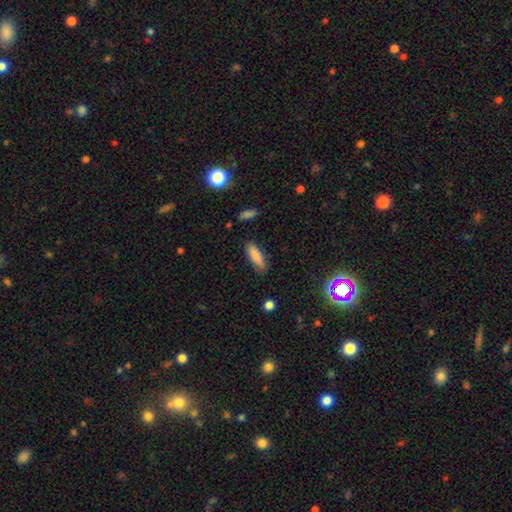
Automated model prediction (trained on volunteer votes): This is clearly a smooth galaxy (86%). How rounded: possibly cigar-shaped (54%). Merging: clearly none (85%).